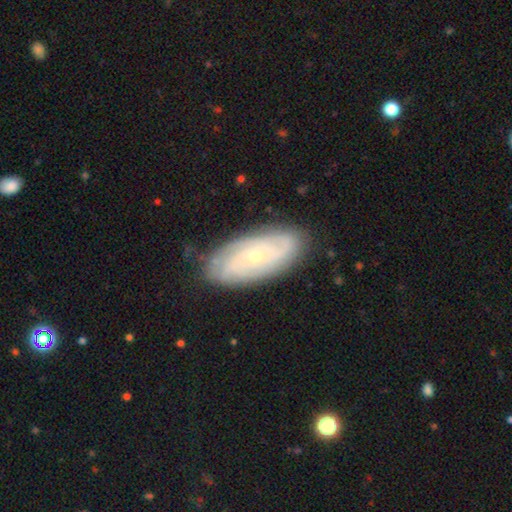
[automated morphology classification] Overall: featured or disk (75%). Edge-on disk: no (93%). Bar: no (76%). Spiral arms: yes (92%). Spiral arm count: can't tell (42%; 2 19%). Spiral winding: tight (67%). Bulge size: small (77%). Merging: none (81%).